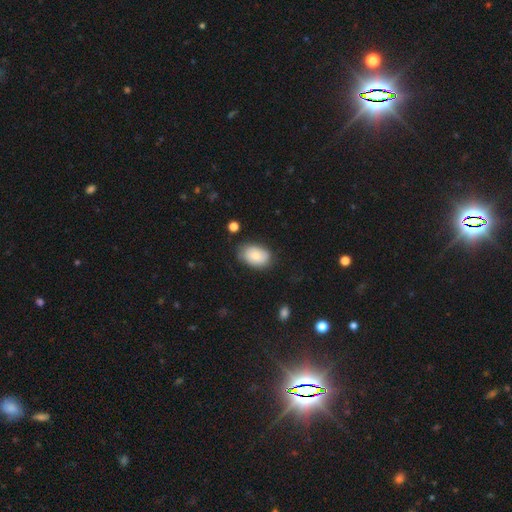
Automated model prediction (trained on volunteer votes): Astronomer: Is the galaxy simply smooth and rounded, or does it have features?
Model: smooth — 76%.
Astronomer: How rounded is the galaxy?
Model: in between — 86%.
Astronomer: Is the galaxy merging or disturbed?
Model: none — 72%.